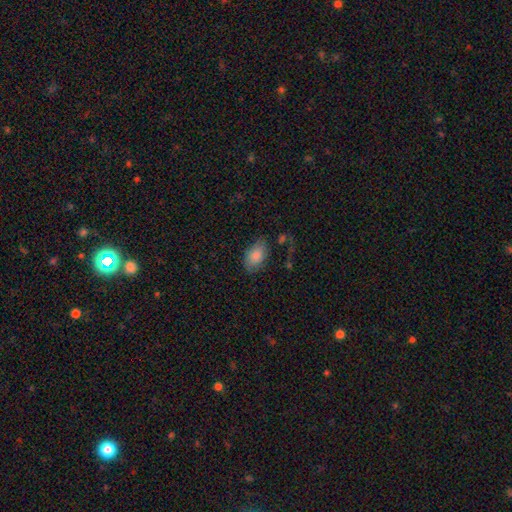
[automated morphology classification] Smooth or featured? Predicted: smooth (p=0.85). How rounded? Predicted: in between (p=0.91). Merging? Predicted: none (p=0.69).